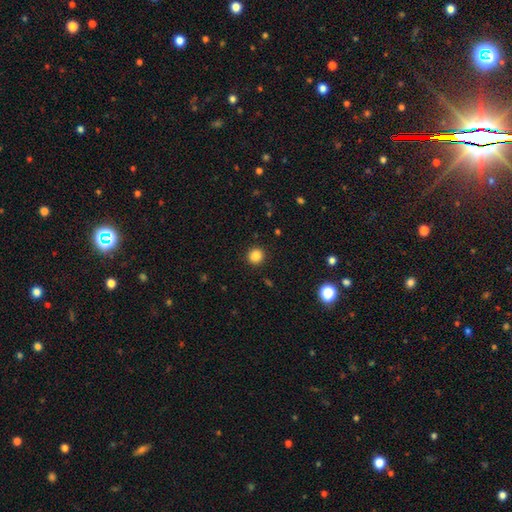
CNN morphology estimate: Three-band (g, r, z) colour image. It shows a smooth galaxy with no disk features (86%) that is round (92%). Merging: none (92%).